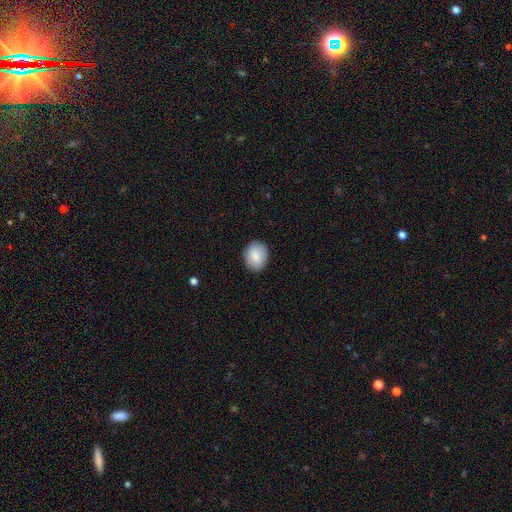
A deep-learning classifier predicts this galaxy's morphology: Smooth or featured? Predicted: smooth (p=0.86). How rounded? Predicted: in between (p=0.54). Merging? Predicted: none (p=0.88).